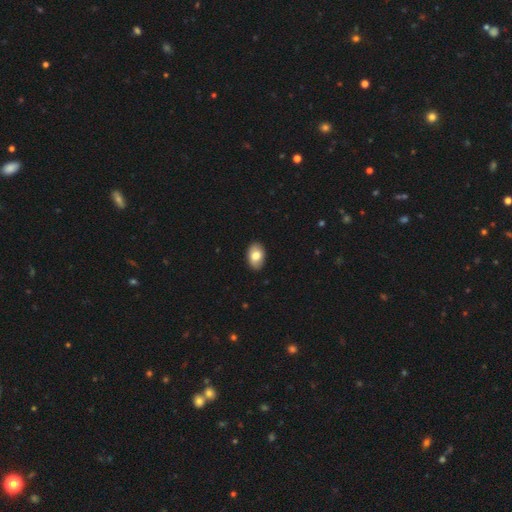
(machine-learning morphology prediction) This is likely a smooth galaxy (80%). How rounded: clearly in between (89%). Merging: clearly none (89%).